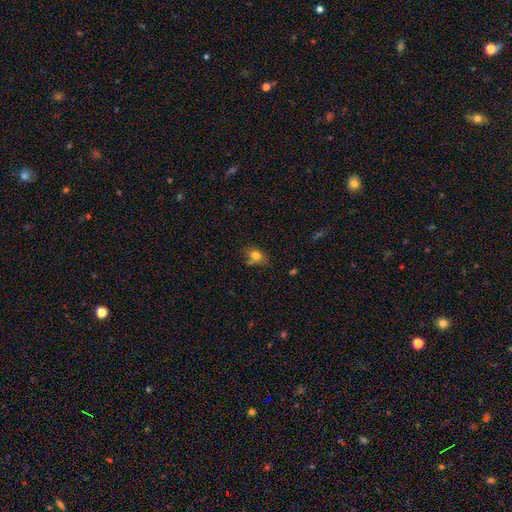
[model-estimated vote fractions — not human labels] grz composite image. It shows a smooth galaxy with no disk features (76%) that is in between round and cigar-shaped (68%). Merging: none (55%).